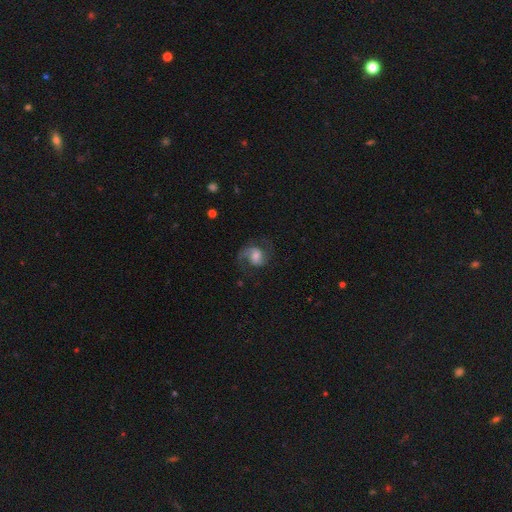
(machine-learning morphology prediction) Smooth or featured: featured or disk — 75% (smooth — 18%)
Edge-on disk: no — 98% (yes — 2%)
Bar: weak — 47% (no — 42%)
Spiral arms: yes — 94% (no — 6%)
Spiral winding: medium — 48% (loose — 38%)
Spiral arm count: 2 — 74% (1 — 18%)
Bulge size: moderate — 47% (small — 30%)
Merging: none — 63% (minor disturbance — 18%)